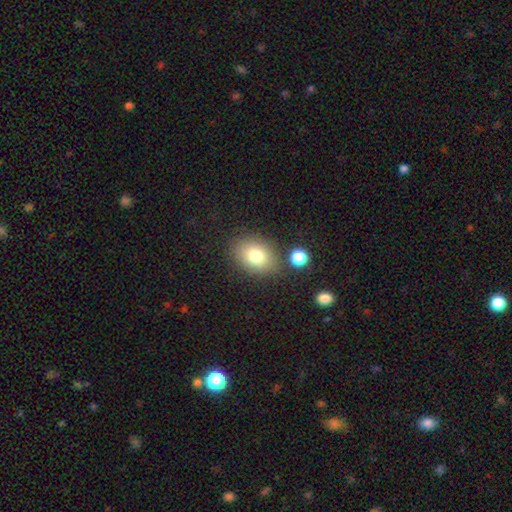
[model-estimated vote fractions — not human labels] Smooth or featured?
  - smooth: 79% *
  - featured or disk: 11%
  - star or artifact: 10%
How rounded?
  - in between: 70% *
  - round: 29%
  - cigar-shaped: 1%
Merging?
  - none: 77% *
  - minor disturbance: 12%
  - merger: 7%
  - major disturbance: 4%